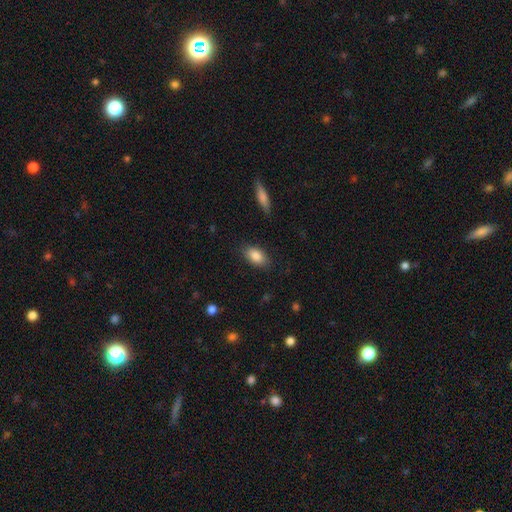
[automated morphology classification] This appears to be a smooth galaxy with no disk features (86%) that is in between round and cigar-shaped (91%). Merging: none (84%).